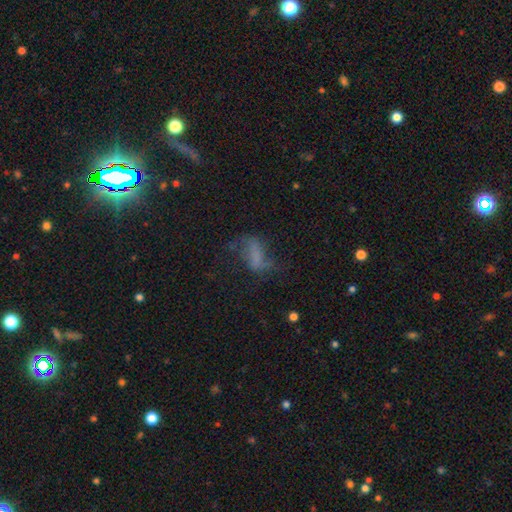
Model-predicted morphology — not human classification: type=smooth (44%); merging=none (37%).